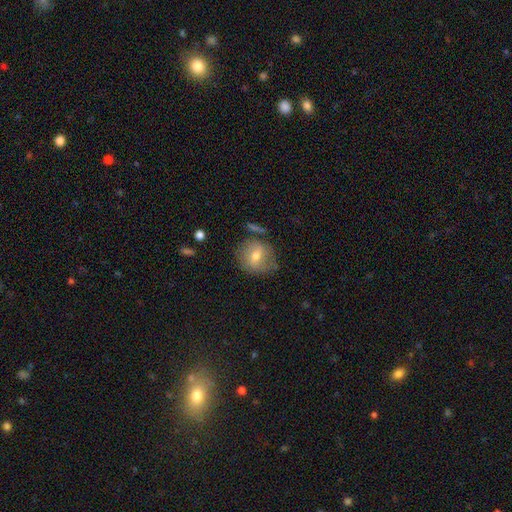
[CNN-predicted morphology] Smooth or featured?
  - smooth: 66% *
  - featured or disk: 25%
  - star or artifact: 9%
How rounded?
  - round: 78% *
  - in between: 21%
  - cigar-shaped: 1%
Merging?
  - none: 70% *
  - minor disturbance: 19%
  - major disturbance: 6%
  - merger: 5%